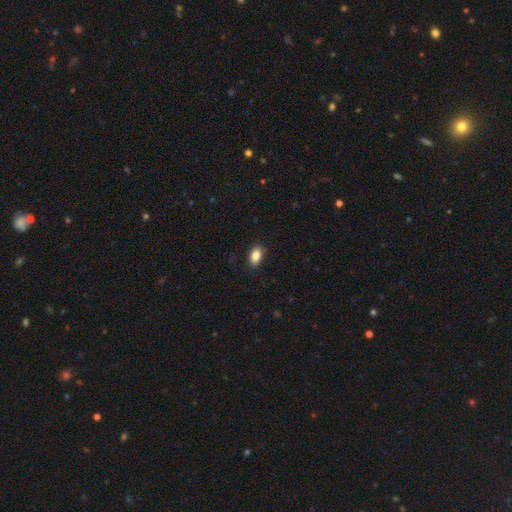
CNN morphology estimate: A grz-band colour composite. It shows a smooth galaxy with no disk features (85%) that is in between round and cigar-shaped (91%). Merging: none (88%).